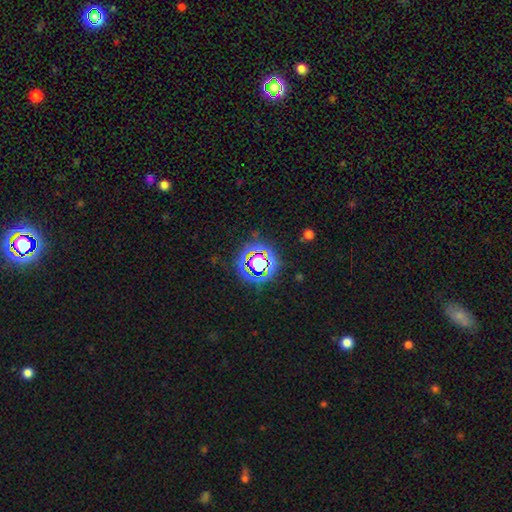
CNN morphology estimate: star or artifact 68%, smooth 19%, featured or disk 12%.